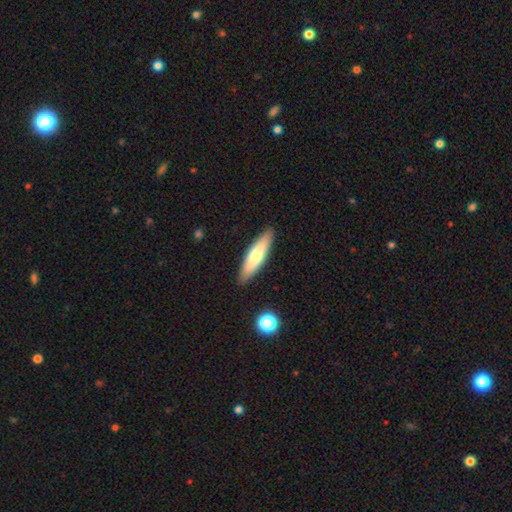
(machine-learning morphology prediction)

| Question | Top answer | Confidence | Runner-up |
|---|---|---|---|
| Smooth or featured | smooth | 66% | featured or disk (28%) |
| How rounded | cigar-shaped | 72% | in between (26%) |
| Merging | none | 89% | minor disturbance (8%) |